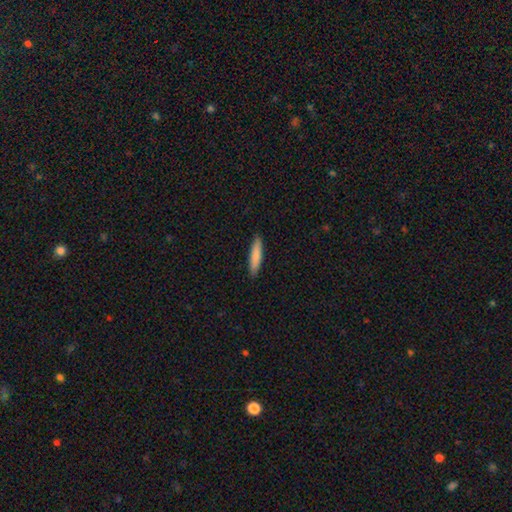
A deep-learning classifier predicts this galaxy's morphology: Overall: smooth (83%). How rounded: cigar-shaped (84%). Merging: none (90%).